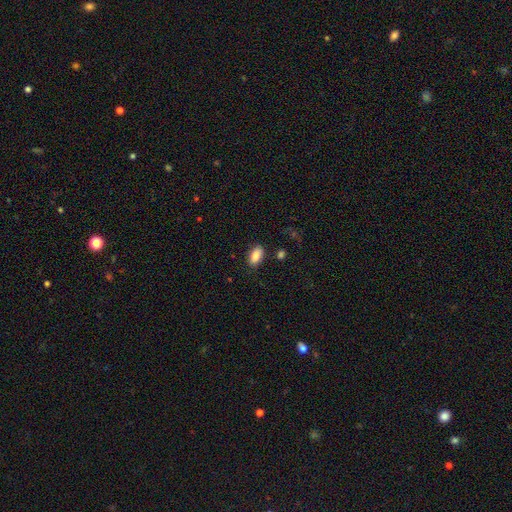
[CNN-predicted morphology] type=smooth (87%); roundness=in between (93%); merging=none (84%).